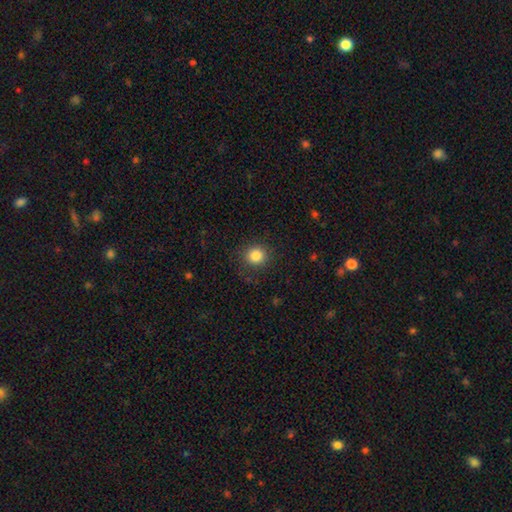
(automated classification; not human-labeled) Overall: smooth (84%). How rounded: round (89%). Merging: none (87%).